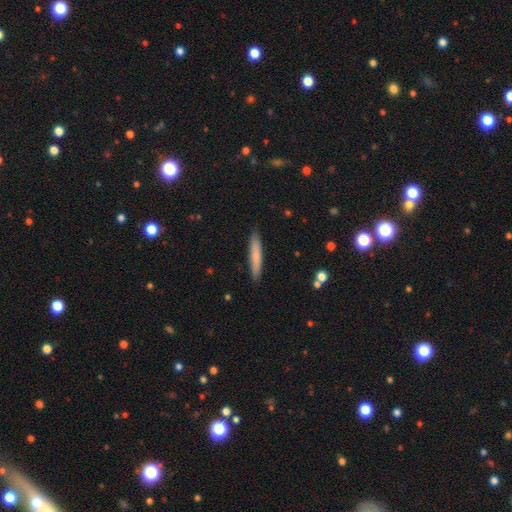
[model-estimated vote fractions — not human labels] A smooth galaxy with no disk features (75%) that is cigar-shaped (92%).

Vote fractions:
- Smooth or featured? smooth: 75% / featured or disk: 20% / star or artifact: 6%
- How rounded? cigar-shaped: 92% / in between: 7% / round: 1%
- Merging? none: 90% / minor disturbance: 7% / major disturbance: 1% / merger: 1%